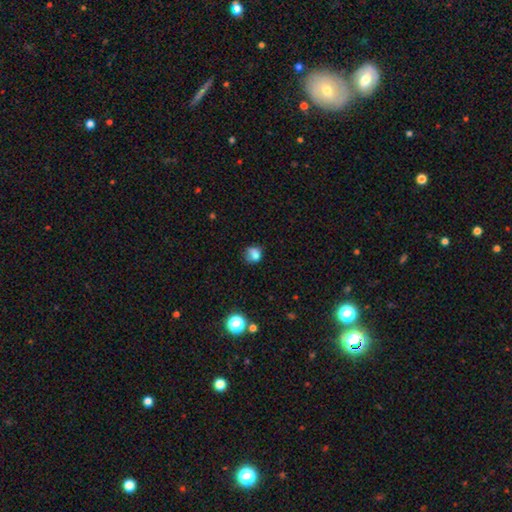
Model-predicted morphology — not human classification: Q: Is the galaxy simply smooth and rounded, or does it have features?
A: smooth — 73%.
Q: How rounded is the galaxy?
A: round — 61%.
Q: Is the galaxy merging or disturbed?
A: none — 43%.